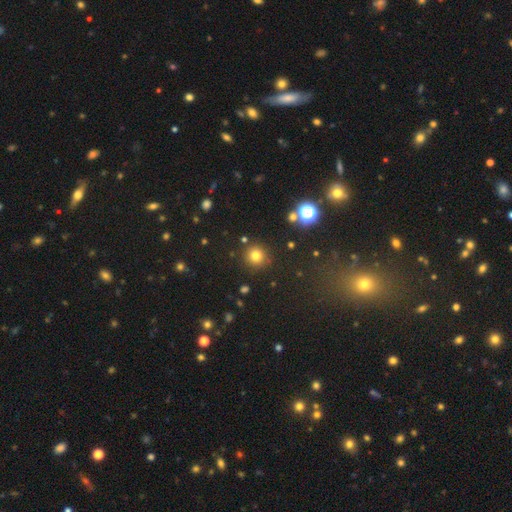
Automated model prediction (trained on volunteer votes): Smooth or featured? smooth (77%)
How rounded? round (94%)
Merging? none (89%)